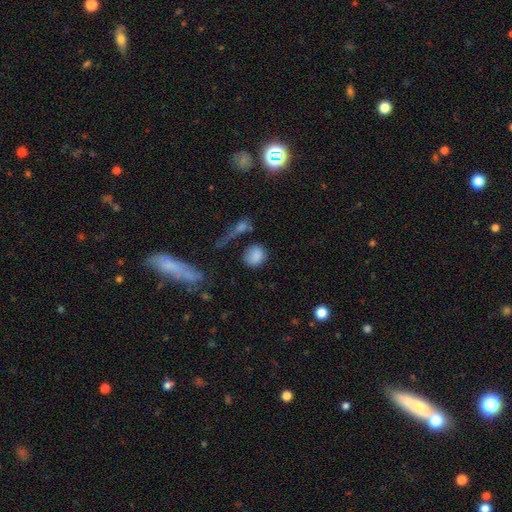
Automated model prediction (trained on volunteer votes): Q: Smooth or featured?
A: smooth (83%); runner-up: star or artifact (10%)
Q: How rounded?
A: round (70%); runner-up: in between (28%)
Q: Merging?
A: none (63%); runner-up: minor disturbance (18%)